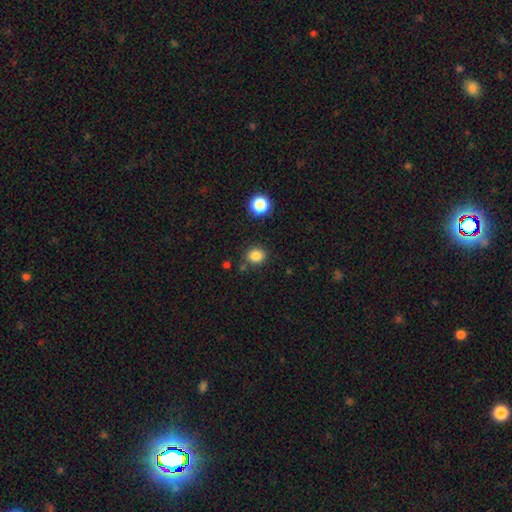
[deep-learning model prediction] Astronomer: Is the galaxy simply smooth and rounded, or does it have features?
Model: smooth — 84%.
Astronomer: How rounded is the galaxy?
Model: round — 75%.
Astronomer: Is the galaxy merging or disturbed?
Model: none — 82%.